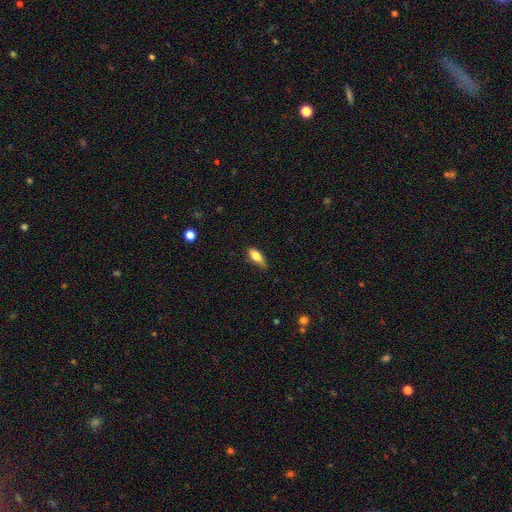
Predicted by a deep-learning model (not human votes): The model was most divided on "merging": none: 69%, minor disturbance: 25%, major disturbance: 5%, merger: 1%. More confident: smooth or featured — smooth (75%); how rounded — in between (73%).